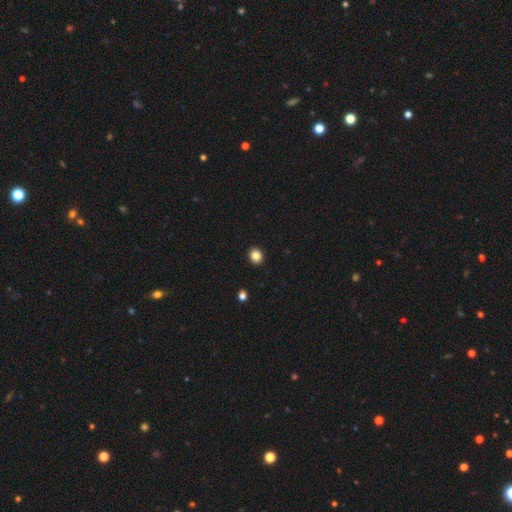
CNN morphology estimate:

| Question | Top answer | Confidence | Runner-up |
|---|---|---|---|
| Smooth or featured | smooth | 85% | star or artifact (11%) |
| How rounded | round | 74% | in between (25%) |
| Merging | none | 93% | minor disturbance (5%) |